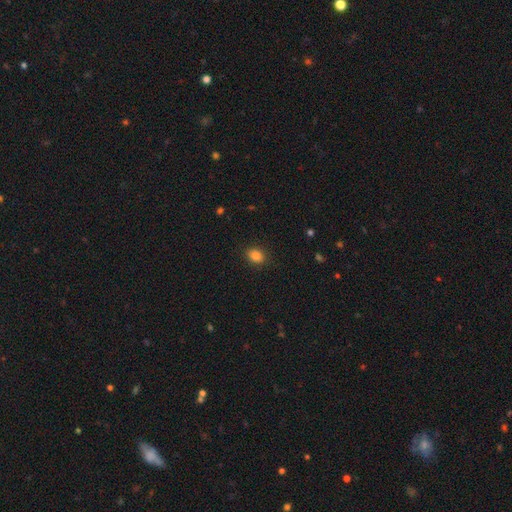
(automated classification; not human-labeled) smooth 86%, star or artifact 11%, featured or disk 3%. Down the decision tree: how rounded — in between (65%); merging — none (88%).